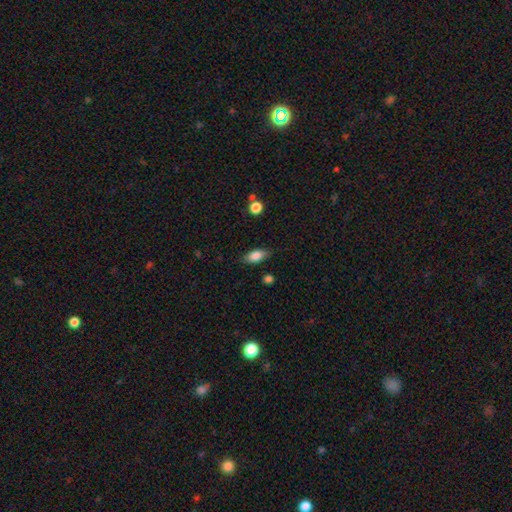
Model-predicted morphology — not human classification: A smooth galaxy with no disk features (82%) that is in between round and cigar-shaped (85%). Merging: none (82%).